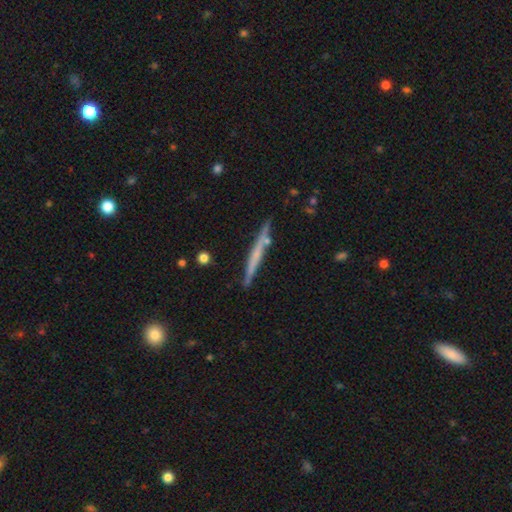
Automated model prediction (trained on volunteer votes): Morphology: type=featured or disk (51%); edge-on=yes (96%); merging=none (83%).